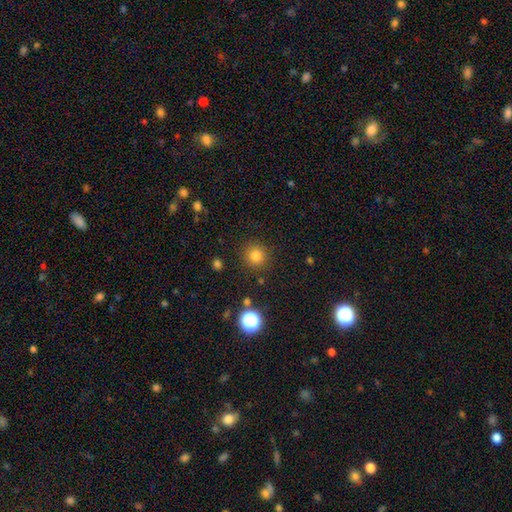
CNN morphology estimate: Smooth or featured: smooth — 80% (star or artifact — 15%)
How rounded: round — 94% (in between — 5%)
Merging: none — 89% (minor disturbance — 6%)